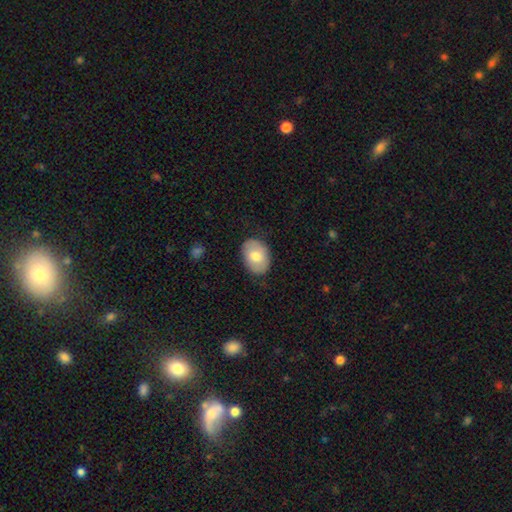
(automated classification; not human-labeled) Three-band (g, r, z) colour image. It shows a smooth galaxy with no disk features (73%) that is in between round and cigar-shaped (77%). Merging: none (83%).